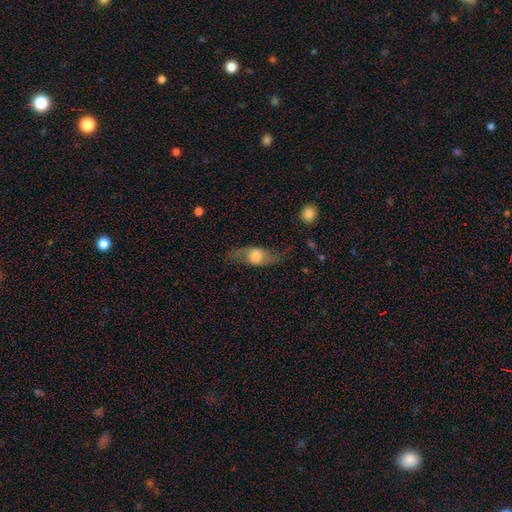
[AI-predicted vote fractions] The model was most divided on "smooth or featured": featured or disk: 52%, smooth: 41%, star or artifact: 7%. More confident: merging — none (68%); edge-on disk — no (56%).